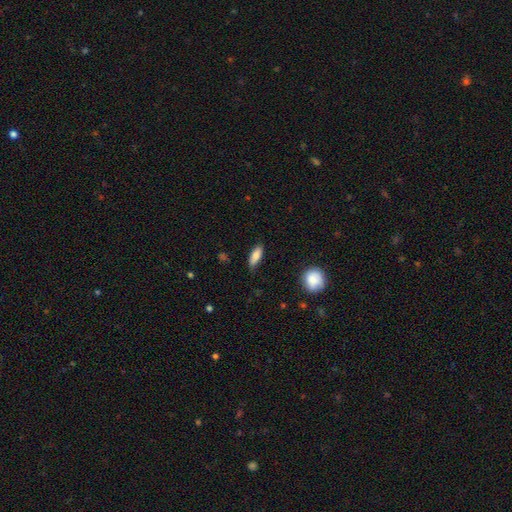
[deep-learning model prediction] Smooth or featured?
  - smooth: 78% *
  - featured or disk: 15%
  - star or artifact: 7%
How rounded?
  - in between: 70% *
  - cigar-shaped: 27%
  - round: 3%
Merging?
  - none: 77% *
  - minor disturbance: 18%
  - major disturbance: 3%
  - merger: 2%